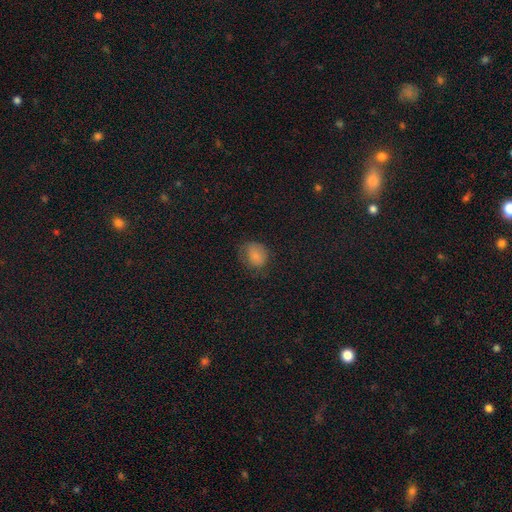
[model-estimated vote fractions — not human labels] Smooth or featured?
  - smooth: 79% *
  - star or artifact: 13%
  - featured or disk: 8%
How rounded?
  - round: 57% *
  - in between: 42%
  - cigar-shaped: 1%
Merging?
  - none: 59% *
  - minor disturbance: 26%
  - major disturbance: 13%
  - merger: 1%